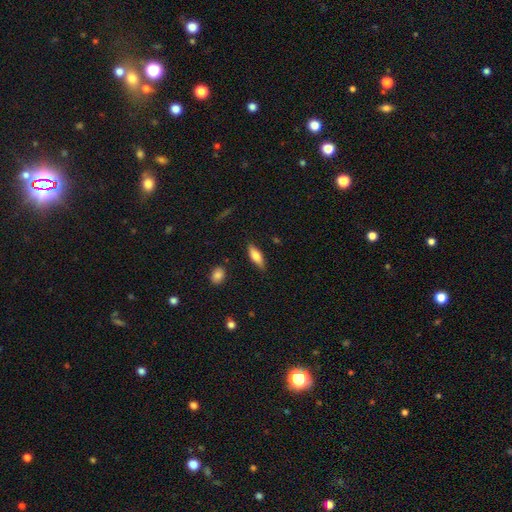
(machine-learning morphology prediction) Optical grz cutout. It shows a smooth galaxy with no disk features (74%) that is in between round and cigar-shaped (64%). Merging: none (83%).